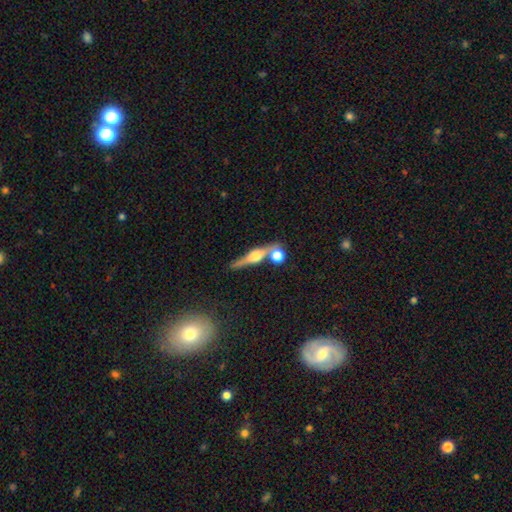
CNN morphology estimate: Smooth or featured: featured or disk — 68% (smooth — 24%)
Edge-on disk: yes — 93% (no — 7%)
Edge-on bulge: rounded — 94% (boxy — 4%)
Merging: none — 65% (merger — 20%)